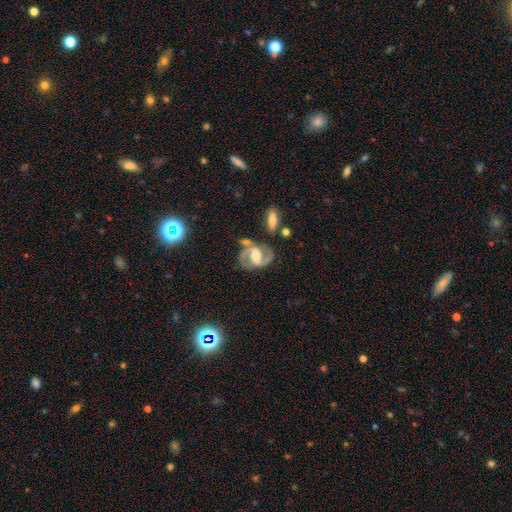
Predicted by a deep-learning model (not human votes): Smooth or featured: featured or disk — 84% (smooth — 10%)
Edge-on disk: no — 97% (yes — 3%)
Bar: weak — 41% (strong — 40%)
Spiral arms: yes — 94% (no — 6%)
Spiral winding: medium — 59% (tight — 22%)
Spiral arm count: 2 — 91% (can't tell — 4%)
Bulge size: moderate — 46% (large — 29%)
Merging: none — 66% (minor disturbance — 17%)